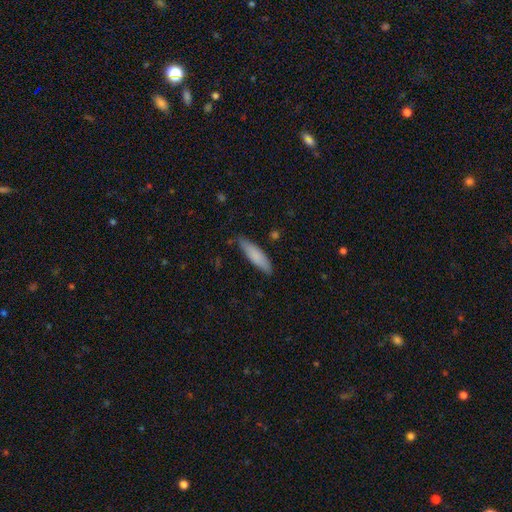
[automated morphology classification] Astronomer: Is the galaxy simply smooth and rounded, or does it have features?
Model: smooth — 82%.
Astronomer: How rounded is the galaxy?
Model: cigar-shaped — 67%.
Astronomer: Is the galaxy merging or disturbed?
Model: none — 80%.